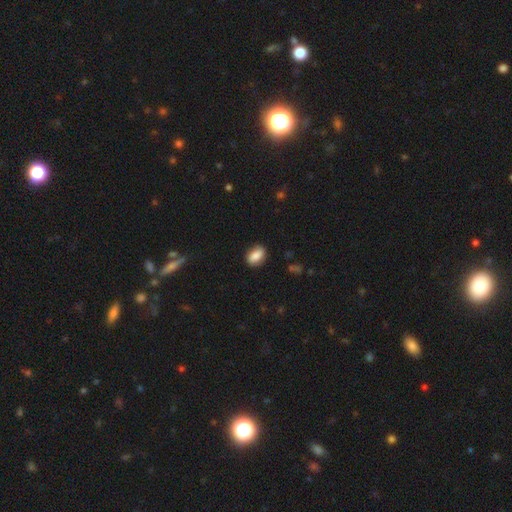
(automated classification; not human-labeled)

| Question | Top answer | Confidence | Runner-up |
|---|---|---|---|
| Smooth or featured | smooth | 82% | featured or disk (11%) |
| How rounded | in between | 78% | round (20%) |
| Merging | none | 85% | minor disturbance (12%) |